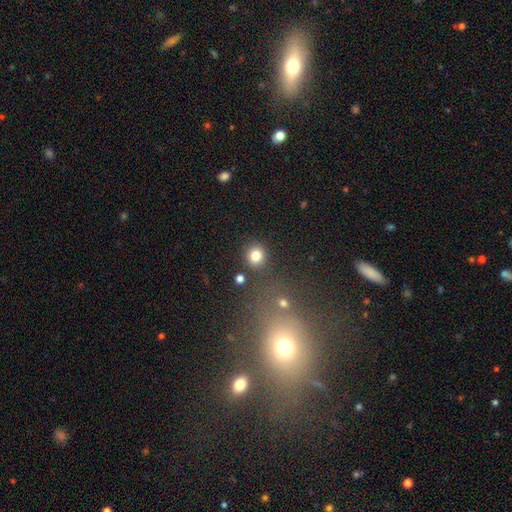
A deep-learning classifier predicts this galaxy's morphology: This appears to be a smooth galaxy with no disk features (81%) that is round (88%). Merging: none (84%).